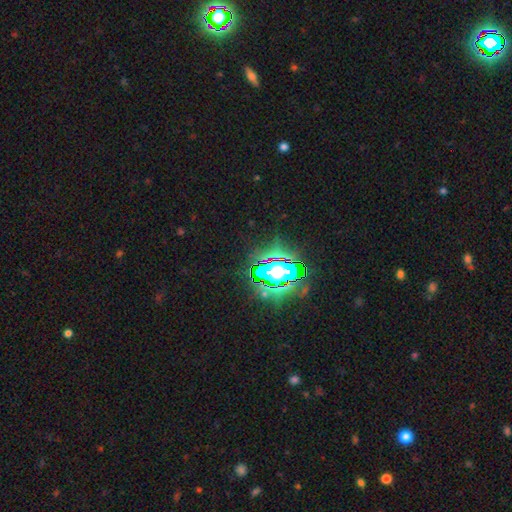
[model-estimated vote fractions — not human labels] Overall: star or artifact (82%).